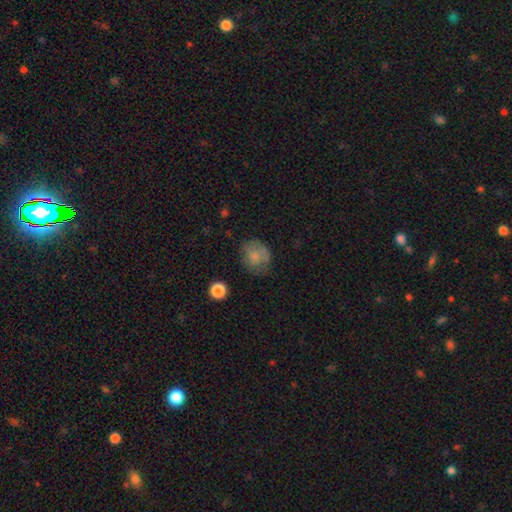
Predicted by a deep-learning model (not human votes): A smooth galaxy with no disk features (66%) that is round (68%). Merging: none (61%).